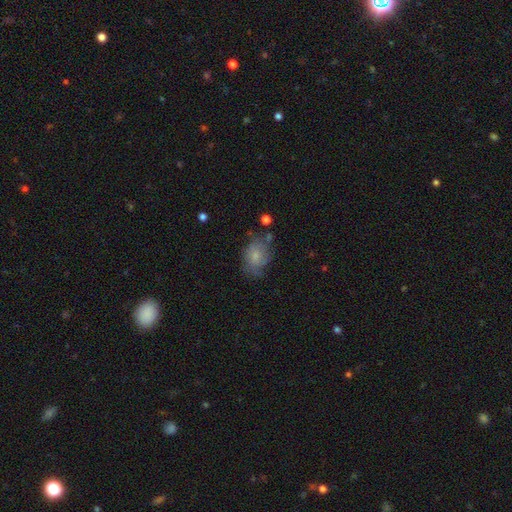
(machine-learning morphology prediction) Smooth or featured? smooth (68%)
How rounded? in between (66%)
Merging? none (52%)